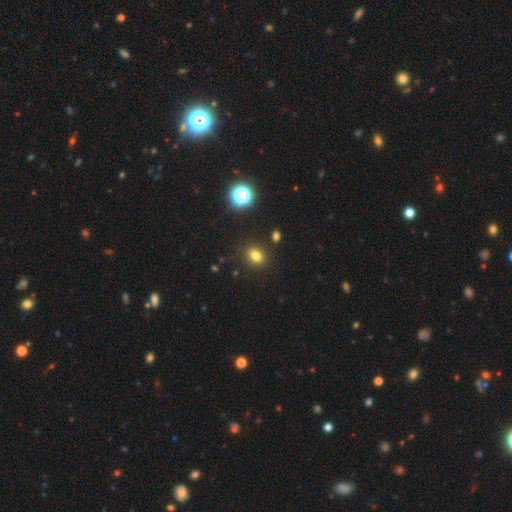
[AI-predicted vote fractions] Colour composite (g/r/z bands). It shows a smooth galaxy with no disk features (78%) that is round (50%). Merging: none (87%).